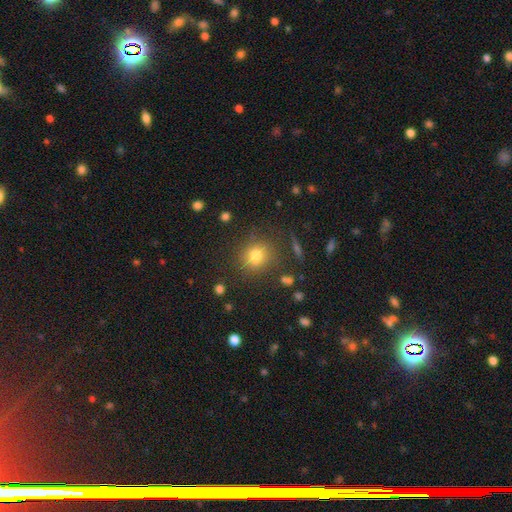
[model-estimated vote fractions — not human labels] smooth 76%, star or artifact 15%, featured or disk 9%. Down the decision tree: how rounded — round (85%); merging — none (82%).